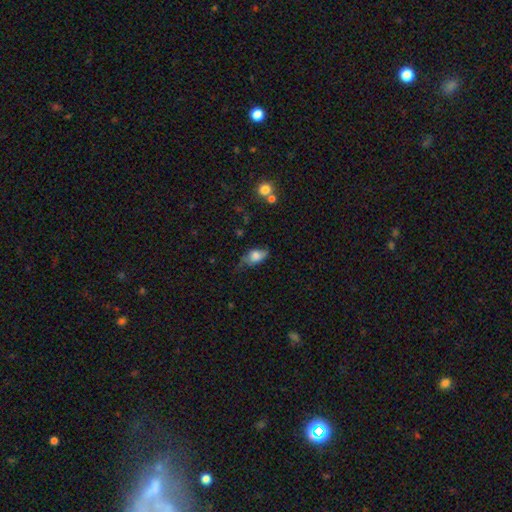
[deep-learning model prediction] Q: Smooth or featured?
A: smooth (67%); runner-up: featured or disk (24%)
Q: How rounded?
A: in between (87%); runner-up: round (8%)
Q: Merging?
A: none (44%); runner-up: minor disturbance (37%)